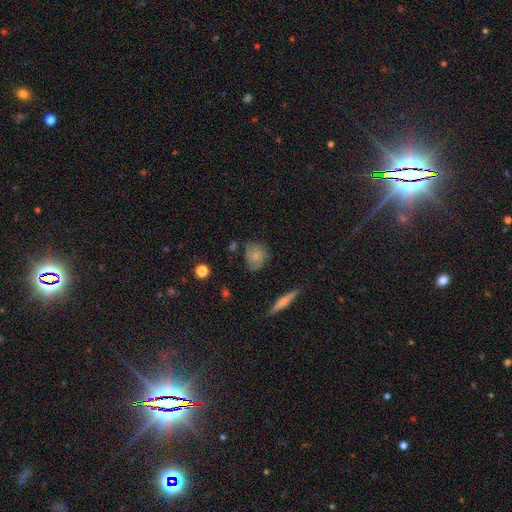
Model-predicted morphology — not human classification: smooth_or_featured: smooth (p=0.73) [alt: featured or disk p=0.18]
how_rounded: round (p=0.68) [alt: in between p=0.30]
merging: none (p=0.68) [alt: minor disturbance p=0.23]